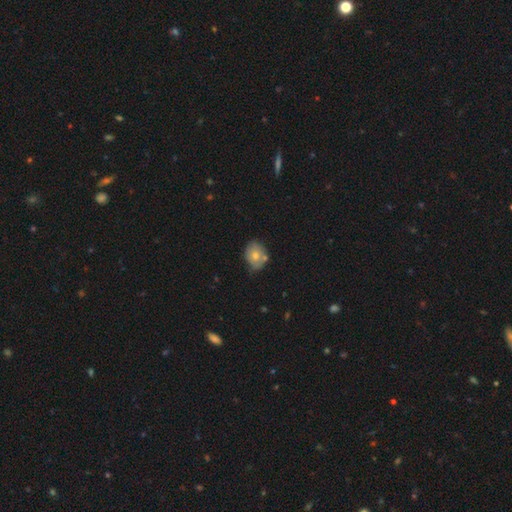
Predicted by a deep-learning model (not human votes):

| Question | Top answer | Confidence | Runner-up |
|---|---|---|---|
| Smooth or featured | smooth | 67% | featured or disk (26%) |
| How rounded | in between | 55% | round (44%) |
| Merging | none | 55% | minor disturbance (28%) |